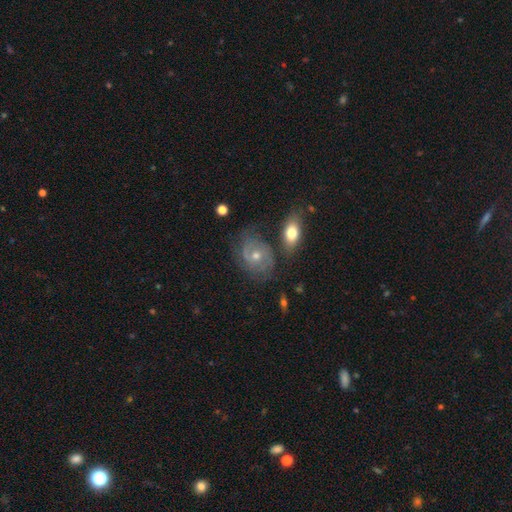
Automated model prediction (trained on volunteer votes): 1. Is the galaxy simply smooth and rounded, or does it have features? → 69% featured or disk, 20% smooth, 11% star or artifact.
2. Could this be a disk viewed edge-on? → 96% no, 4% yes.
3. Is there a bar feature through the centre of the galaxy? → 73% no, 23% weak, 4% strong.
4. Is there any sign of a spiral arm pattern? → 85% yes, 15% no.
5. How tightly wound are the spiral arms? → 53% tight, 35% medium, 11% loose.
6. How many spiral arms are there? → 46% 2, 33% can't tell, 10% 3, 5% 1, 3% 4, 3% more than 4.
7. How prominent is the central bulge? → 54% moderate, 42% small, 2% large, 1% none, 1% dominant.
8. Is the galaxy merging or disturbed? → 65% none, 19% minor disturbance, 9% major disturbance, 7% merger.